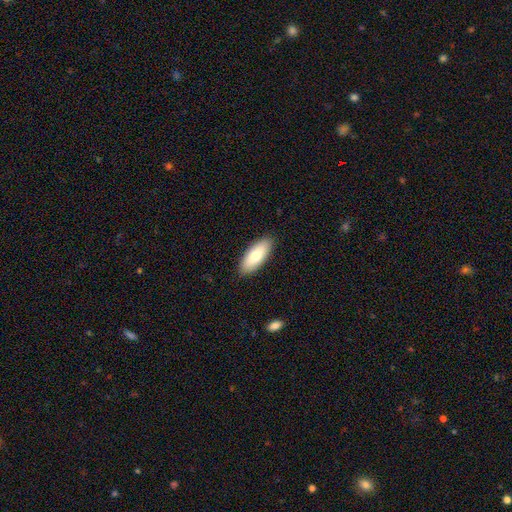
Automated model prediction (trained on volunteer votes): A smooth galaxy with no disk features (78%) that is in between round and cigar-shaped (82%).

Vote fractions:
- Smooth or featured? smooth: 78% / featured or disk: 17% / star or artifact: 6%
- How rounded? in between: 82% / cigar-shaped: 16% / round: 2%
- Merging? none: 89% / minor disturbance: 8% / major disturbance: 2% / merger: 1%